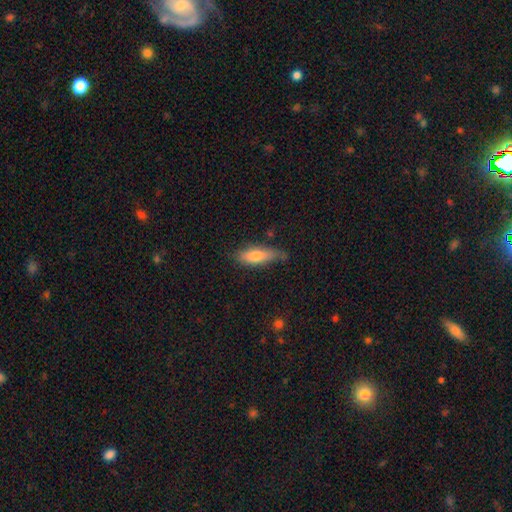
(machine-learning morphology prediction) This is likely a smooth galaxy (72%). How rounded: likely in between (60%). Merging: likely none (61%).